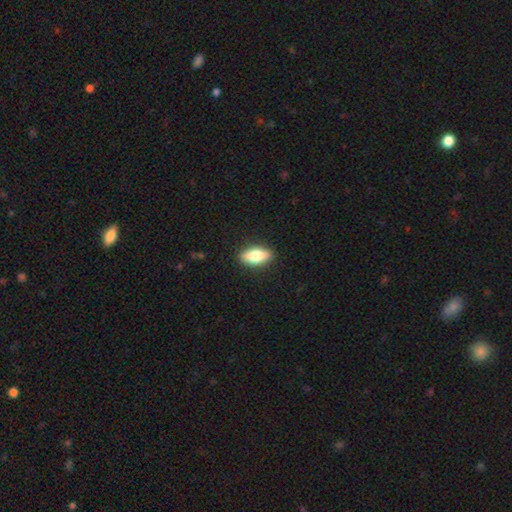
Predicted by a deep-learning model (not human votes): Smooth or featured: smooth — 74% (featured or disk — 20%)
How rounded: in between — 81% (cigar-shaped — 15%)
Merging: none — 89% (minor disturbance — 8%)